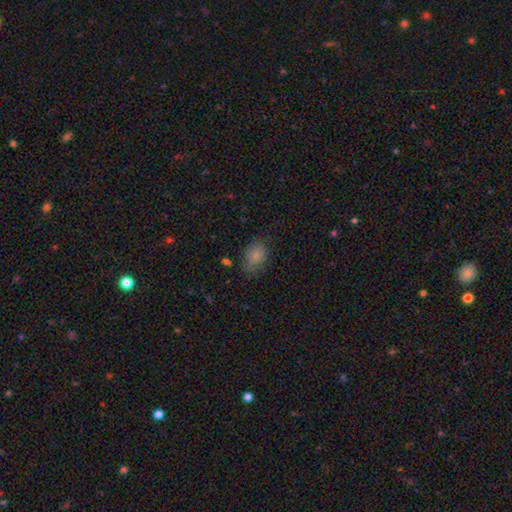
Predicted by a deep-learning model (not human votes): smooth-or-featured: smooth: 80% | featured or disk: 10% | star or artifact: 10%
  how-rounded: in between: 68% | round: 31% | cigar-shaped: 1%
  merging: none: 66% | minor disturbance: 25% | major disturbance: 8% | merger: 2%